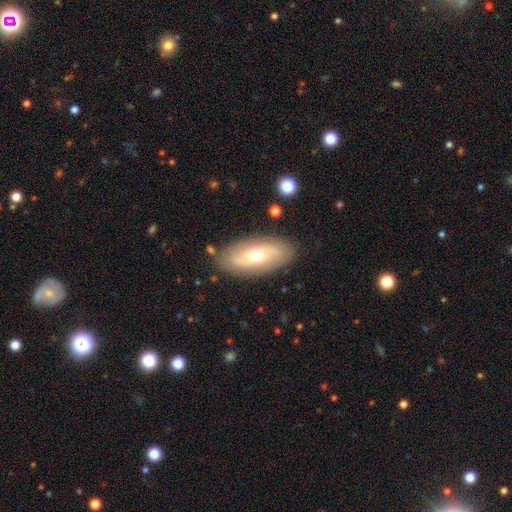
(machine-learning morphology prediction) Overall: smooth (54%; featured or disk 39%). How rounded: in between (86%). Merging: none (84%).